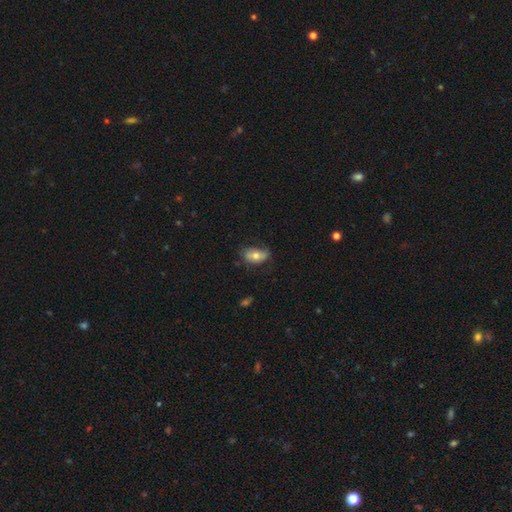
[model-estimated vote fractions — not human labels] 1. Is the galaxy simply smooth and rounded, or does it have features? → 66% smooth, 26% featured or disk, 8% star or artifact.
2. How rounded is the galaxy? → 89% in between, 8% round, 3% cigar-shaped.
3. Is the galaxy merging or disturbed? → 56% none, 33% minor disturbance, 9% major disturbance, 2% merger.